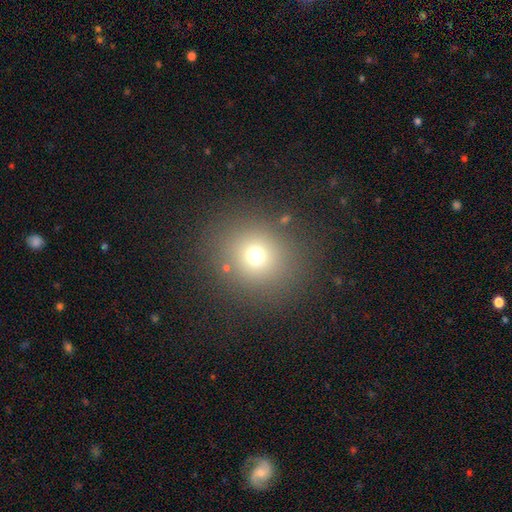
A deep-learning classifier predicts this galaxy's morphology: Overall: smooth (70%). How rounded: round (81%). Merging: none (84%).